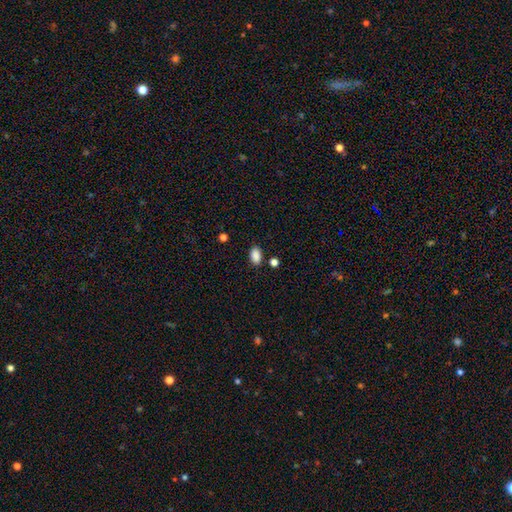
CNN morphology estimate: Q: Smooth or featured?
A: smooth (87%); runner-up: star or artifact (9%)
Q: How rounded?
A: in between (89%); runner-up: round (10%)
Q: Merging?
A: none (81%); runner-up: minor disturbance (12%)